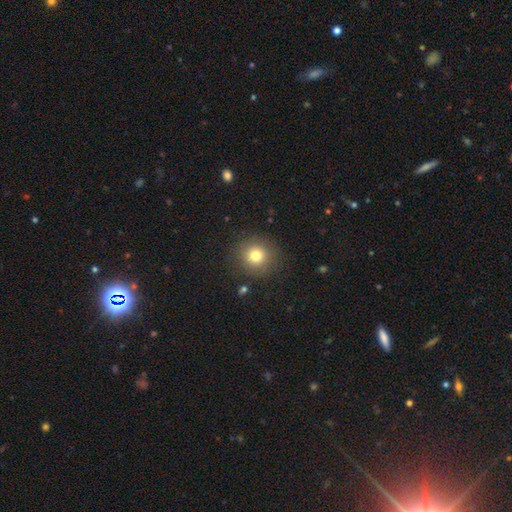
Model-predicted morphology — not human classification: smooth 78%, star or artifact 12%, featured or disk 10%. Down the decision tree: how rounded — round (92%); merging — none (87%).